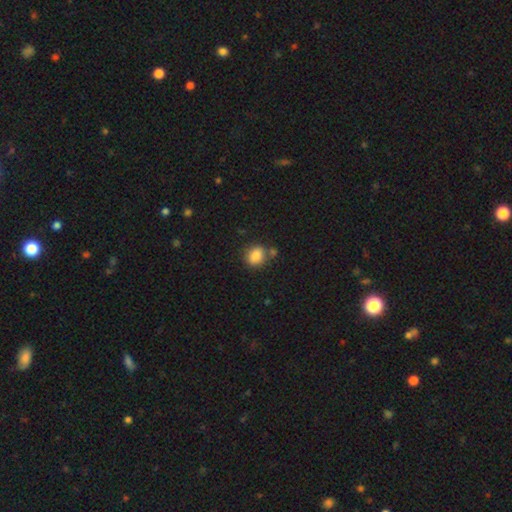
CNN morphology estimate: Smooth or featured: smooth — 86% (star or artifact — 9%)
How rounded: in between — 52% (round — 47%)
Merging: none — 63% (merger — 17%)